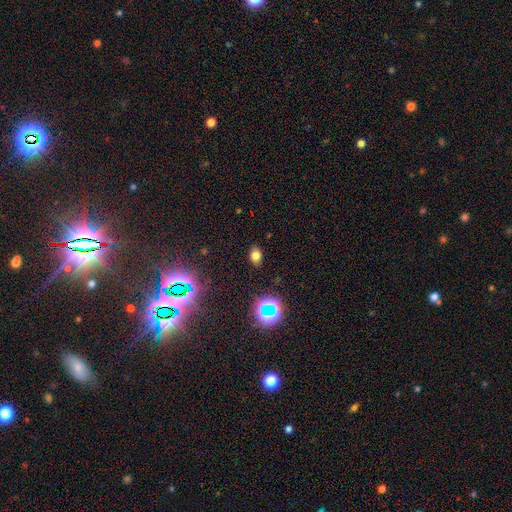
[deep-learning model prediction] Overall: smooth (70%). How rounded: in between (73%). Merging: none (87%).